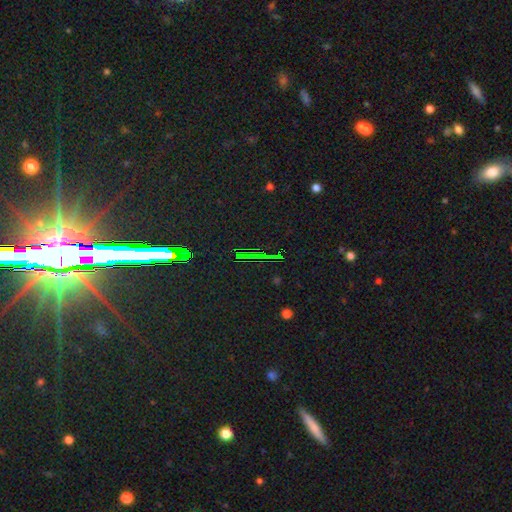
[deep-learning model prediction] This appears to be a star or artifact, not a galaxy (73%).